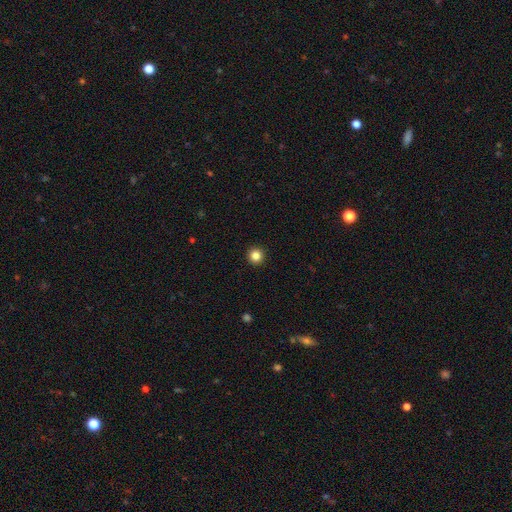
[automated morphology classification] A smooth galaxy with no disk features (85%) that is round (95%).

Vote fractions:
- Smooth or featured? smooth: 85% / star or artifact: 11% / featured or disk: 4%
- How rounded? round: 95% / in between: 4% / cigar-shaped: 1%
- Merging? none: 94% / minor disturbance: 4% / major disturbance: 1% / merger: 1%